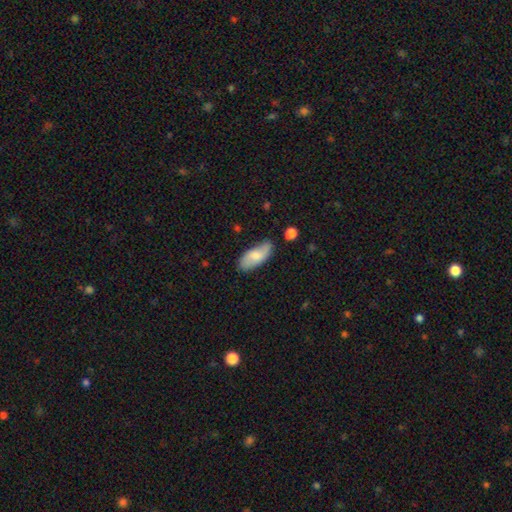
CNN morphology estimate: Smooth or featured: smooth — 70% (featured or disk — 24%)
How rounded: in between — 87% (cigar-shaped — 11%)
Merging: none — 66% (minor disturbance — 25%)